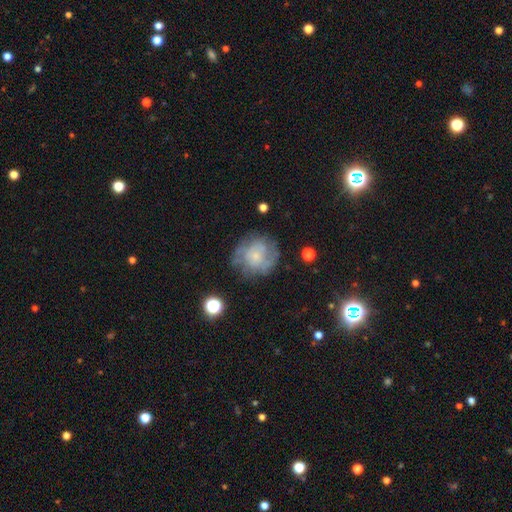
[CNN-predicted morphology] A featured or disk galaxy (58%) with no bar (82%), spiral arms (70%) and a small central bulge (66%). Merging: none (65%).